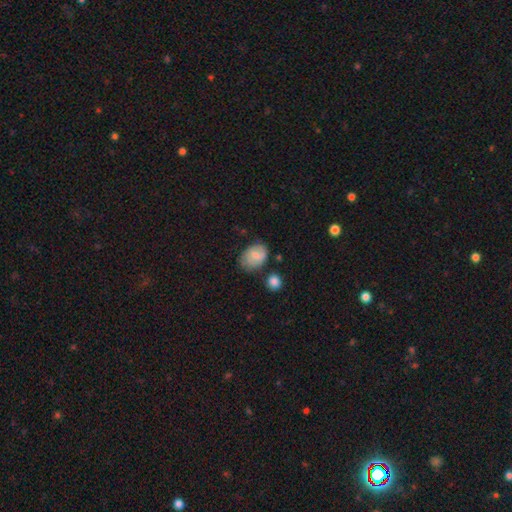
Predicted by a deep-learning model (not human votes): smooth_or_featured: smooth (p=0.64) [alt: featured or disk p=0.28]
how_rounded: in between (p=0.71) [alt: round p=0.28]
merging: none (p=0.65) [alt: minor disturbance p=0.24]